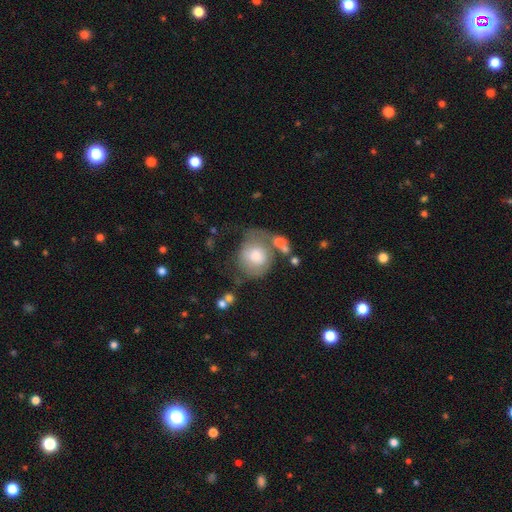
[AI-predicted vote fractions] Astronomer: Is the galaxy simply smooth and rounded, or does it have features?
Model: smooth — 61%.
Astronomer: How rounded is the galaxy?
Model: round — 79%.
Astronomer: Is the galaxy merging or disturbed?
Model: none — 38% (runner-up: minor disturbance, 23%).